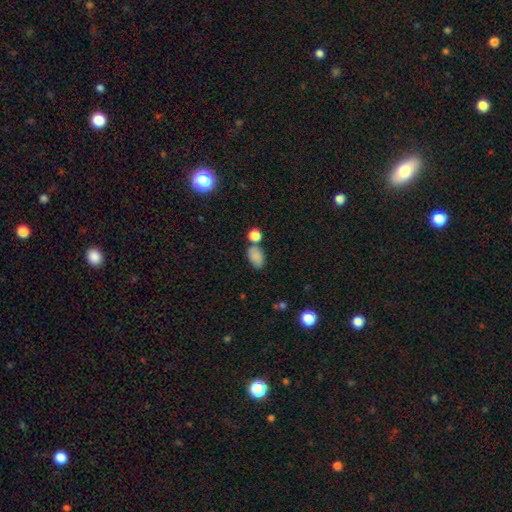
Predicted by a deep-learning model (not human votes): This is clearly a smooth galaxy (82%). How rounded: clearly in between (89%). Merging: likely none (61%).